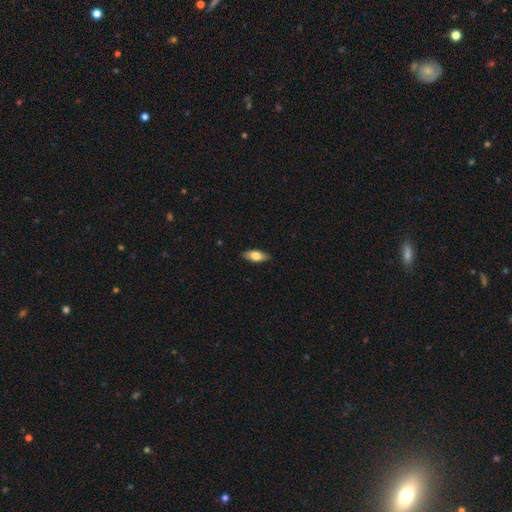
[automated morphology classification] smooth 73%, featured or disk 21%, star or artifact 6%. Down the decision tree: how rounded — in between (80%); merging — none (88%).